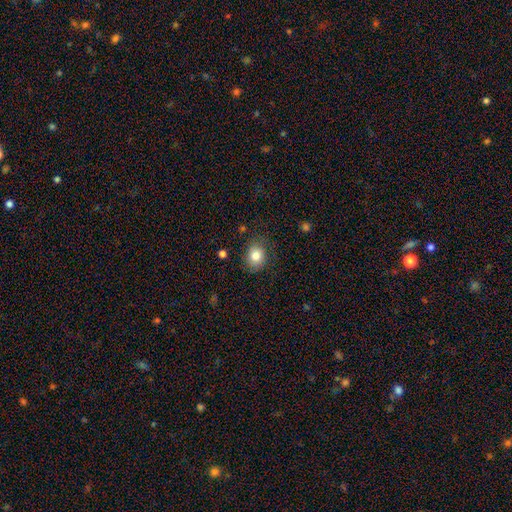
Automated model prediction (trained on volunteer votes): A smooth galaxy with no disk features (82%) that is round (55%).

Vote fractions:
- Smooth or featured? smooth: 82% / star or artifact: 9% / featured or disk: 8%
- How rounded? round: 55% / in between: 44% / cigar-shaped: 1%
- Merging? none: 77% / minor disturbance: 17% / major disturbance: 5% / merger: 1%